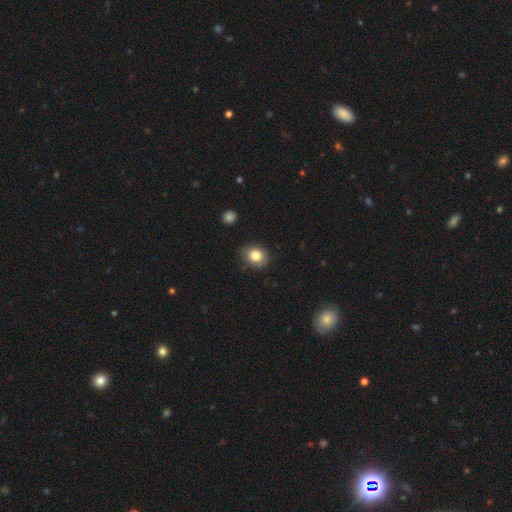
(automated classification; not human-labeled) This is clearly a smooth galaxy (83%). How rounded: likely round (67%). Merging: clearly none (86%).